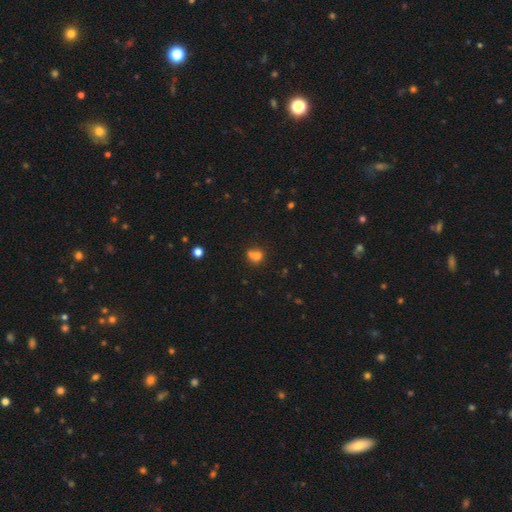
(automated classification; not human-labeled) smooth 73%, star or artifact 14%, featured or disk 13%. Down the decision tree: how rounded — round (64%); merging — merger (40%).